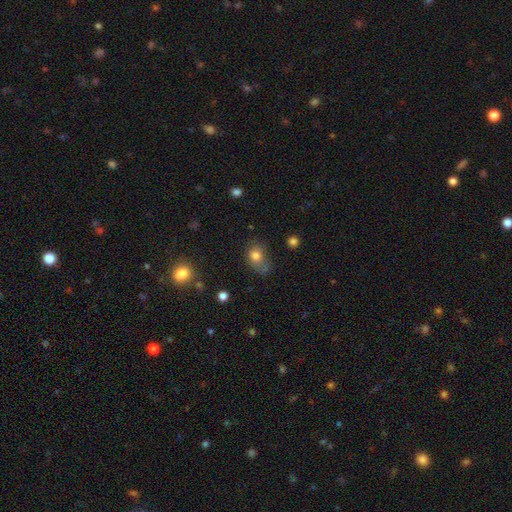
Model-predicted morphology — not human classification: Q: Smooth or featured?
A: smooth (77%); runner-up: featured or disk (12%)
Q: How rounded?
A: in between (59%); runner-up: round (39%)
Q: Merging?
A: none (38%); runner-up: minor disturbance (33%)